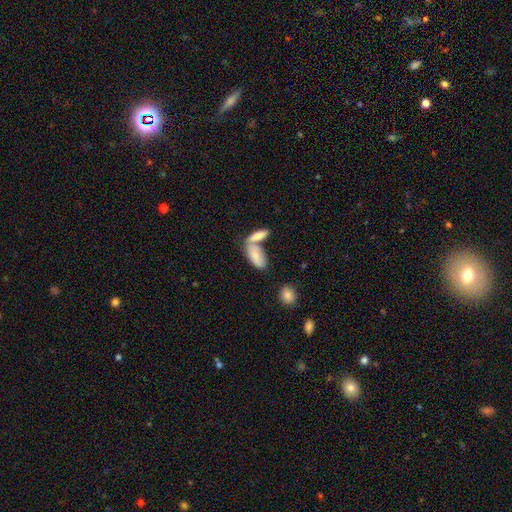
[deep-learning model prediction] smooth 78%, featured or disk 16%, star or artifact 6%. Down the decision tree: how rounded — in between (86%); merging — merger (51%).